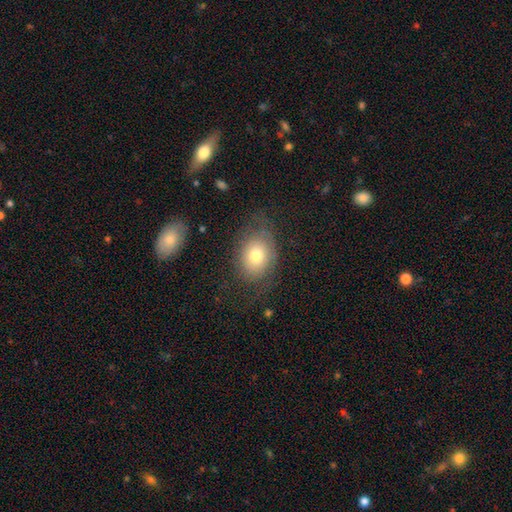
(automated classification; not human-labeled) A smooth galaxy with no disk features (67%) that is in between round and cigar-shaped (66%).

Vote fractions:
- Smooth or featured? smooth: 67% / featured or disk: 24% / star or artifact: 9%
- How rounded? in between: 66% / round: 33% / cigar-shaped: 1%
- Merging? none: 65% / minor disturbance: 20% / major disturbance: 13% / merger: 2%